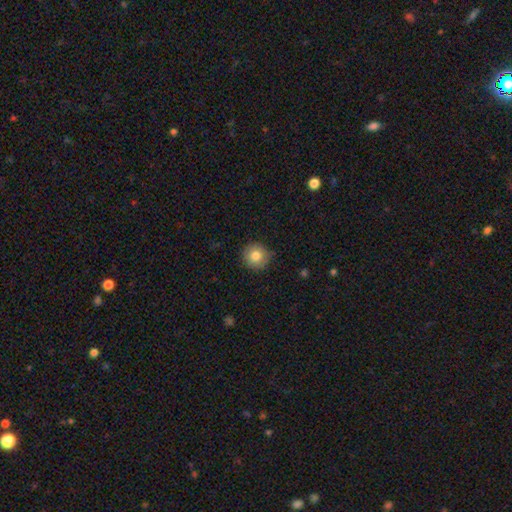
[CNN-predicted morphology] The model was most divided on "smooth or featured": smooth: 81%, featured or disk: 10%, star or artifact: 9%. More confident: how rounded — round (94%); merging — none (85%).